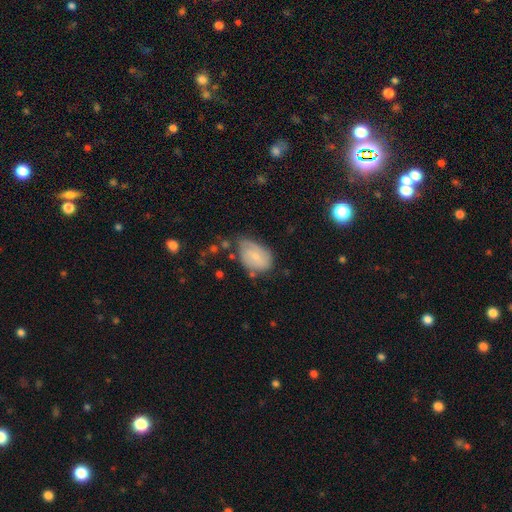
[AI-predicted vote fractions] Smooth or featured: smooth — 61% (featured or disk — 31%)
How rounded: in between — 83% (round — 15%)
Merging: none — 48% (minor disturbance — 37%)